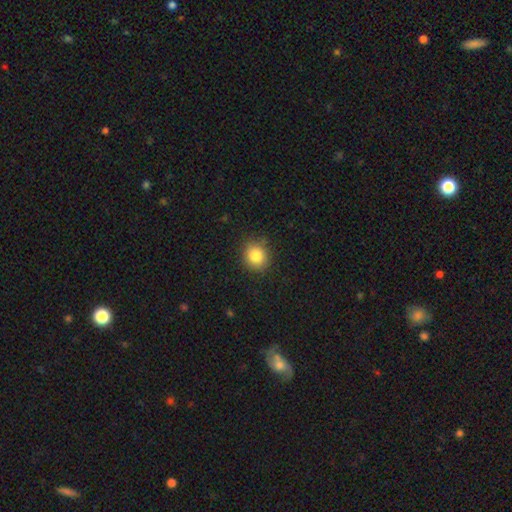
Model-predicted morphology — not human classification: The model was most divided on "how rounded": round: 80%, in between: 19%, cigar-shaped: 1%. More confident: merging — none (87%); smooth or featured — smooth (85%).